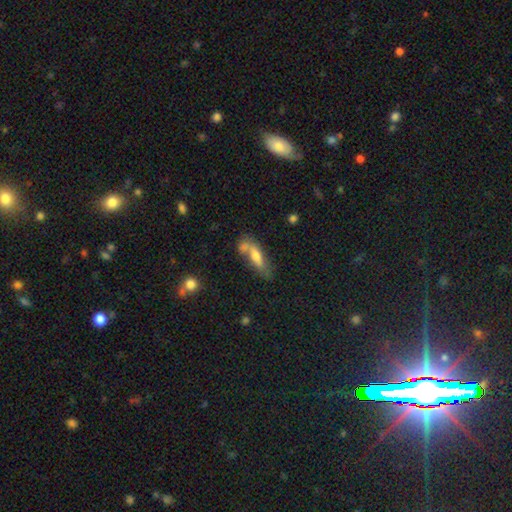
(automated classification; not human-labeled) A smooth galaxy with no disk features (57%) that is cigar-shaped (52%).

Vote fractions:
- Smooth or featured? smooth: 57% / featured or disk: 35% / star or artifact: 8%
- How rounded? cigar-shaped: 52% / in between: 45% / round: 3%
- Merging? none: 41% / minor disturbance: 23% / merger: 22% / major disturbance: 13%